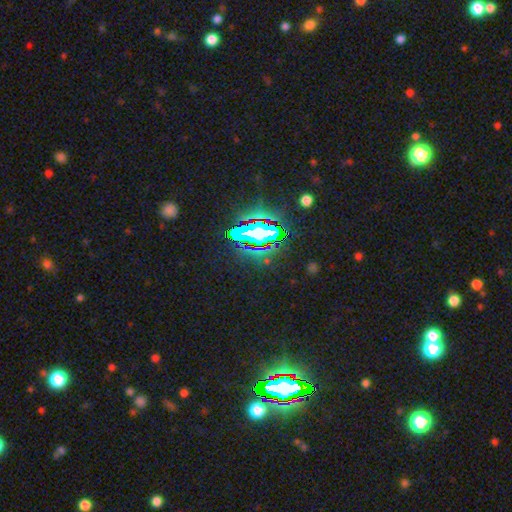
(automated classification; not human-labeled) The model was most divided on "smooth or featured": star or artifact: 80%, smooth: 11%, featured or disk: 8%.